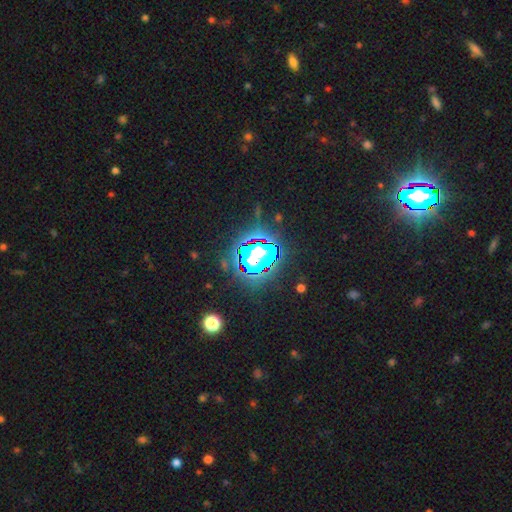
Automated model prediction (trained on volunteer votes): smooth_or_featured: star or artifact (p=0.60) [alt: smooth p=0.24]